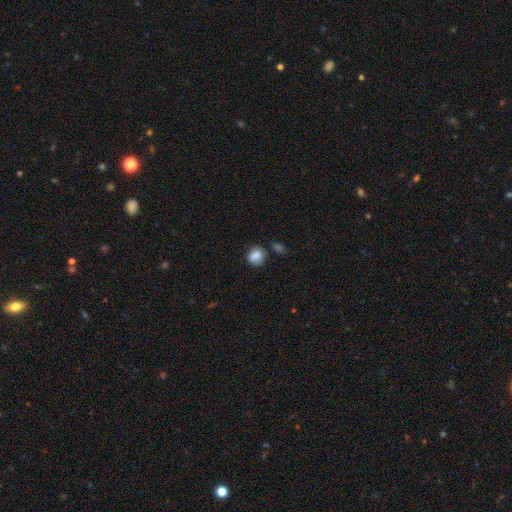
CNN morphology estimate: Smooth or featured? smooth (84%)
How rounded? round (69%)
Merging? none (69%)